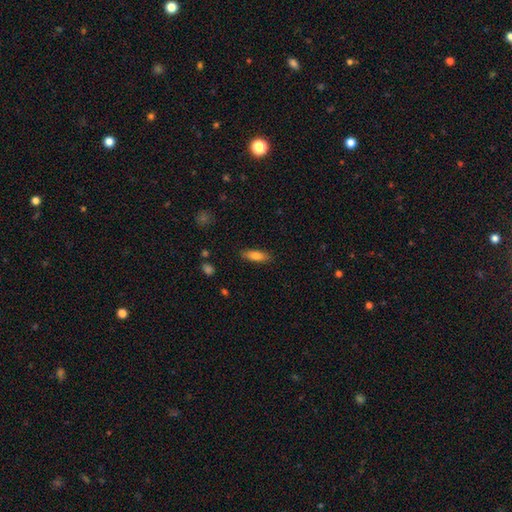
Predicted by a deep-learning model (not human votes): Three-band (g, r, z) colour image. It shows a smooth galaxy with no disk features (81%) that is in between round and cigar-shaped (56%). Merging: none (87%).